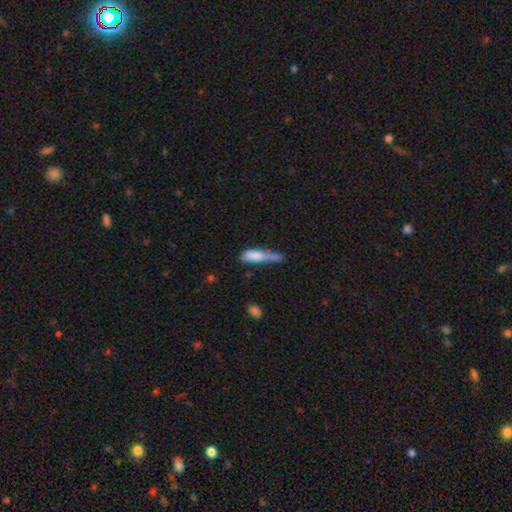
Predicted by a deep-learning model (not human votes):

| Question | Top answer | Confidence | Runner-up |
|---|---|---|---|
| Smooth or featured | smooth | 72% | featured or disk (21%) |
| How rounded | cigar-shaped | 65% | in between (32%) |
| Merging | minor disturbance | 30% | none (26%) |